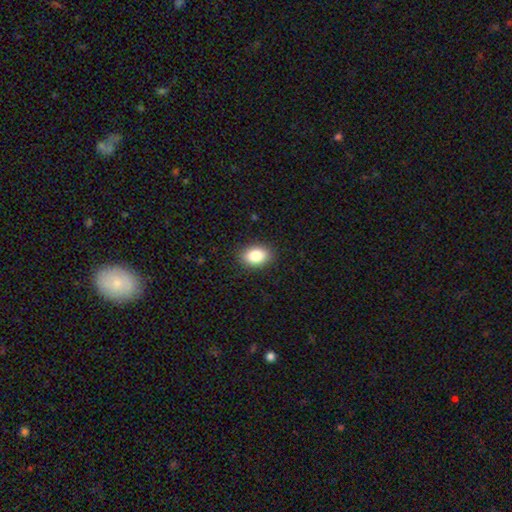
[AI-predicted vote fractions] The model was most divided on "how rounded": in between: 82%, round: 17%, cigar-shaped: 1%. More confident: merging — none (89%); smooth or featured — smooth (87%).